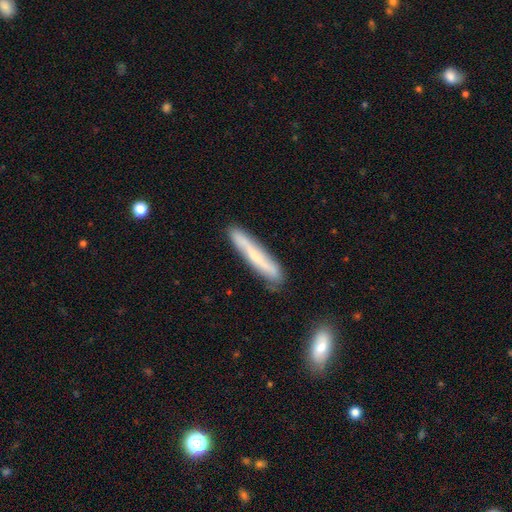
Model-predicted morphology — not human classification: type=smooth (56%); roundness=cigar-shaped (94%); merging=none (80%).